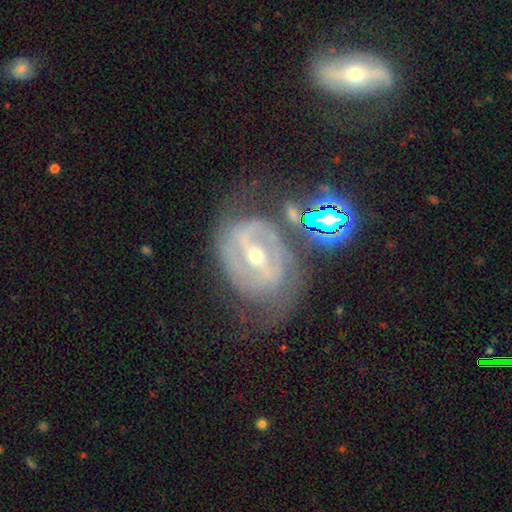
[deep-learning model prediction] smooth_or_featured: featured or disk (p=0.84) [alt: star or artifact p=0.08]
disk_edge_on: no (p=0.95) [alt: yes p=0.05]
bar: strong (p=0.54) [alt: weak p=0.33]
has_spiral_arms: yes (p=0.89) [alt: no p=0.11]
spiral_winding: tight (p=0.49) [alt: medium p=0.38]
spiral_arm_count: 2 (p=0.64) [alt: can't tell p=0.20]
bulge_size: small (p=0.51) [alt: moderate p=0.46]
merging: none (p=0.59) [alt: minor disturbance p=0.21]